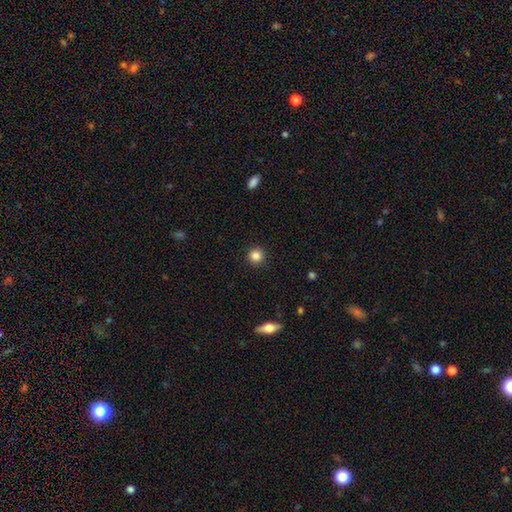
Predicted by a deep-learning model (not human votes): Smooth or featured: smooth — 85% (star or artifact — 11%)
How rounded: round — 95% (in between — 4%)
Merging: none — 92% (minor disturbance — 5%)